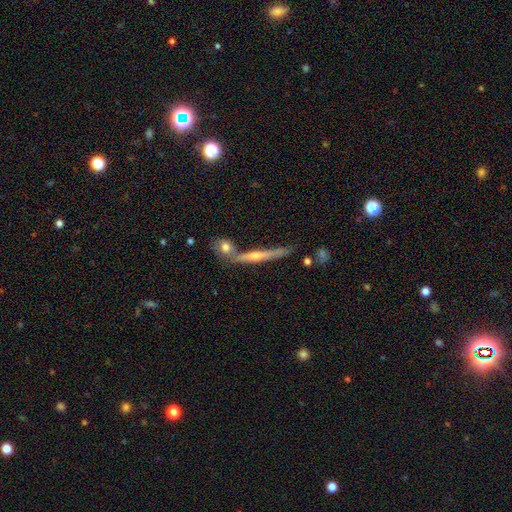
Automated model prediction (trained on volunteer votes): The model was most divided on "merging": none: 57%, merger: 24%, minor disturbance: 14%, major disturbance: 5%. More confident: edge-on disk — yes (94%); edge-on bulge — rounded (73%); smooth or featured — featured or disk (65%).